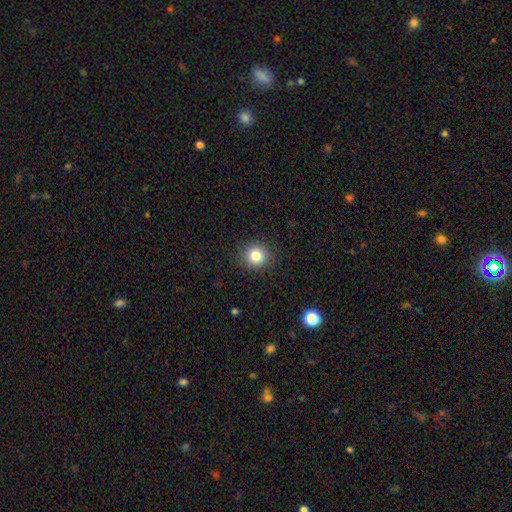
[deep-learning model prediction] Smooth or featured?
  - smooth: 83% *
  - star or artifact: 11%
  - featured or disk: 6%
How rounded?
  - round: 91% *
  - in between: 9%
  - cigar-shaped: 1%
Merging?
  - none: 90% *
  - minor disturbance: 7%
  - major disturbance: 2%
  - merger: 1%